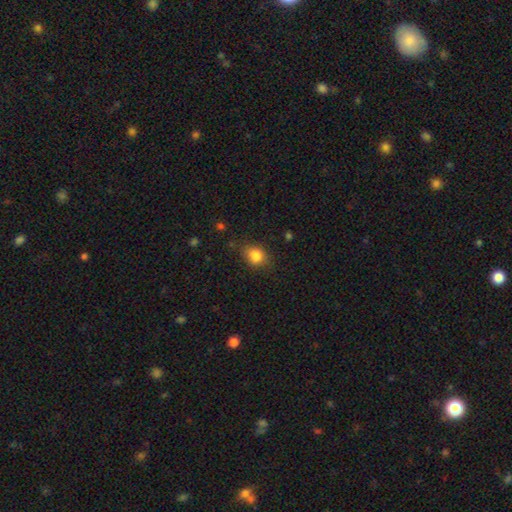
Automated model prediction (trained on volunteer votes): Smooth or featured?
  - smooth: 83% *
  - star or artifact: 10%
  - featured or disk: 6%
How rounded?
  - round: 50% *
  - in between: 49%
  - cigar-shaped: 1%
Merging?
  - none: 69% *
  - minor disturbance: 23%
  - major disturbance: 6%
  - merger: 2%